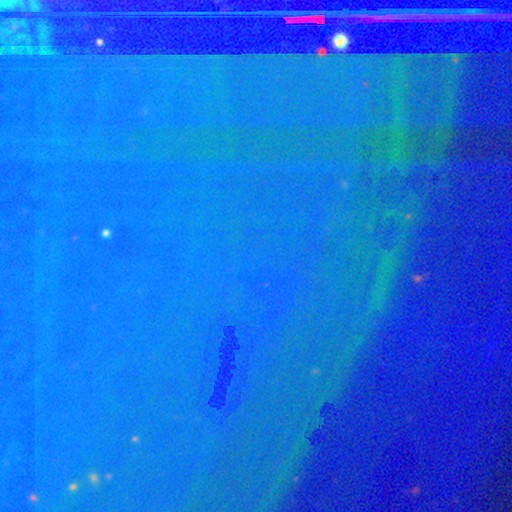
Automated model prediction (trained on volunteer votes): A star or artifact, not a galaxy (83%).